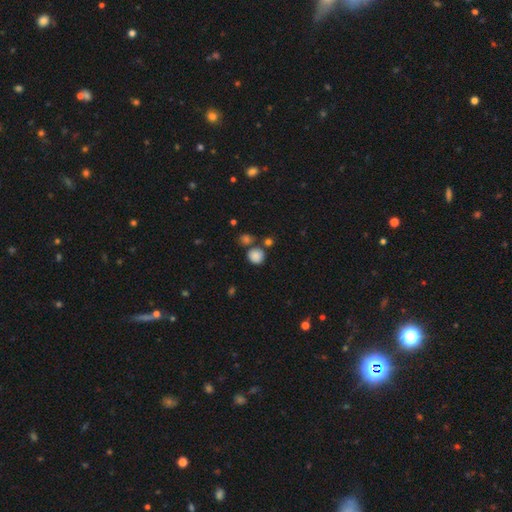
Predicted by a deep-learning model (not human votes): Morphology: type=smooth (85%); roundness=round (86%); merging=none (67%).